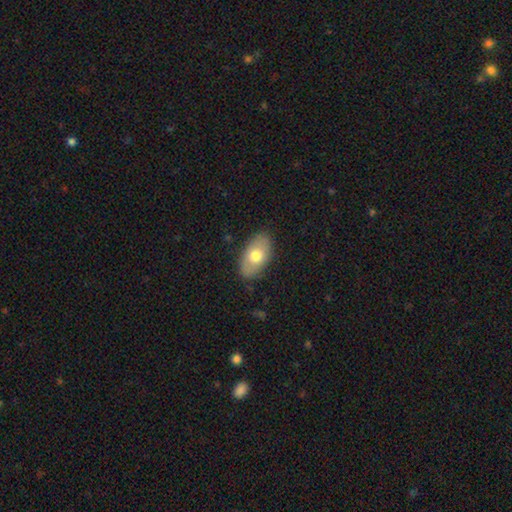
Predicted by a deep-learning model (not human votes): Smooth or featured? Predicted: smooth (p=0.69). How rounded? Predicted: in between (p=0.93). Merging? Predicted: none (p=0.84).